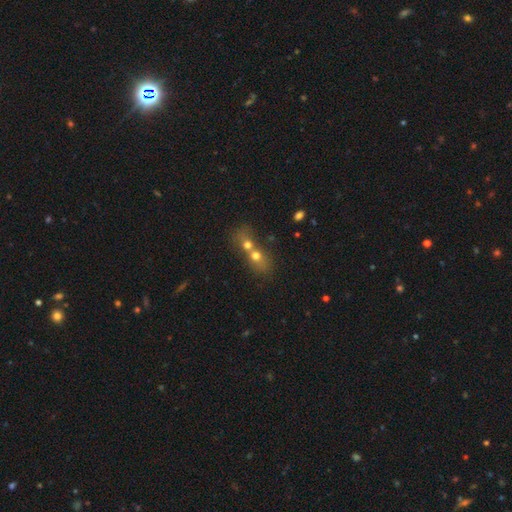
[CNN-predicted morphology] Smooth or featured? smooth (62%)
How rounded? round (51%)
Merging? merger (76%)